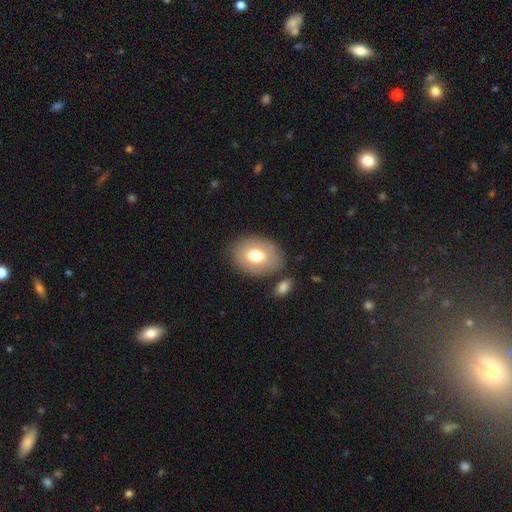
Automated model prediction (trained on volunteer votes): smooth 71%, featured or disk 21%, star or artifact 8%. Down the decision tree: how rounded — in between (64%); merging — none (78%).